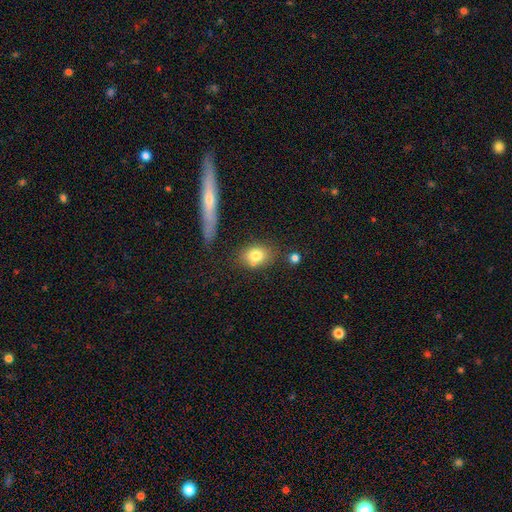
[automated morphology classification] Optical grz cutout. It shows a smooth galaxy with no disk features (77%) that is in between round and cigar-shaped (60%). Merging: none (65%).